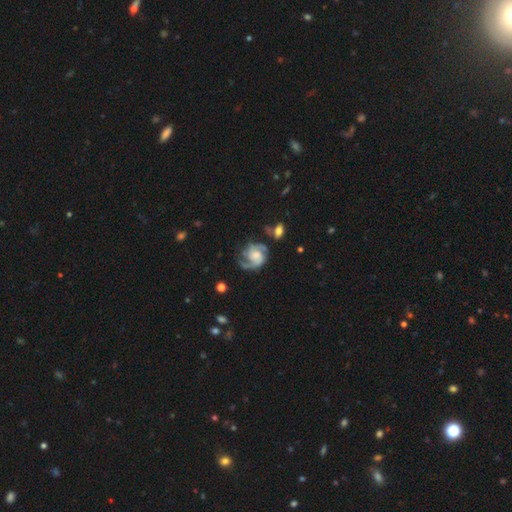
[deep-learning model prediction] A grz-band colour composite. It shows a featured or disk galaxy (81%) with no bar (65%), 2 (58%) medium (47%) spiral arms (94%) and a moderate central bulge (34%). Merging: none (52%).